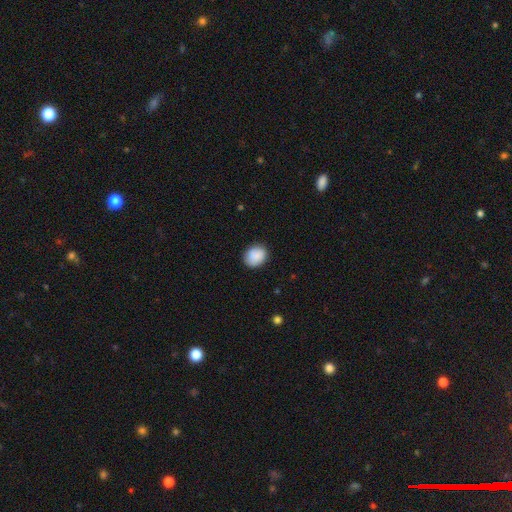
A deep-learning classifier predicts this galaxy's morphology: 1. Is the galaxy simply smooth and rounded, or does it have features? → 89% smooth, 7% star or artifact, 4% featured or disk.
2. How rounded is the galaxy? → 60% round, 39% in between, 1% cigar-shaped.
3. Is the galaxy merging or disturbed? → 86% none, 11% minor disturbance, 2% major disturbance, 1% merger.